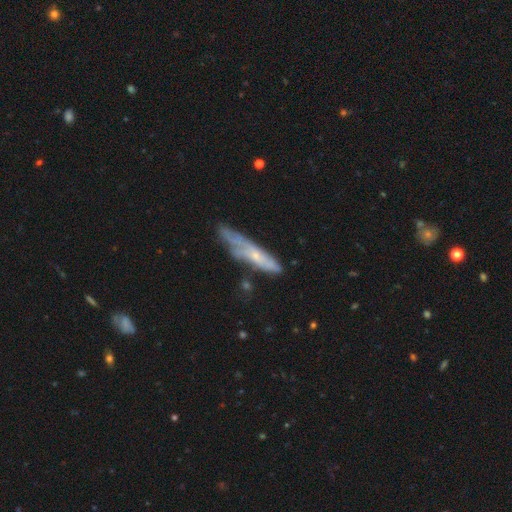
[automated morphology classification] Smooth or featured? featured or disk (53%)
Edge-on disk? yes (52%)
Merging? none (50%)